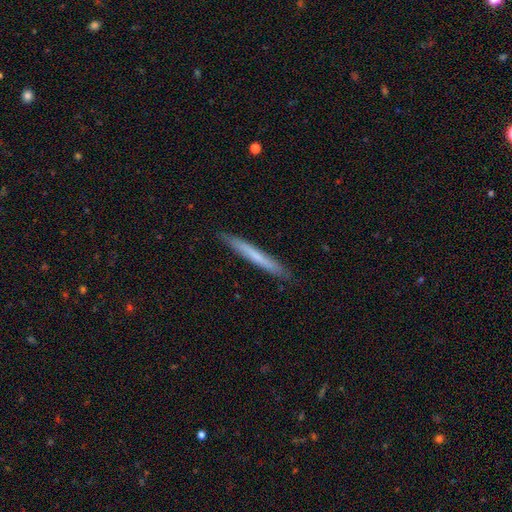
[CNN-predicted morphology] The model was most divided on "smooth or featured": smooth: 61%, featured or disk: 33%, star or artifact: 6%. More confident: how rounded — cigar-shaped (97%); merging — none (90%).